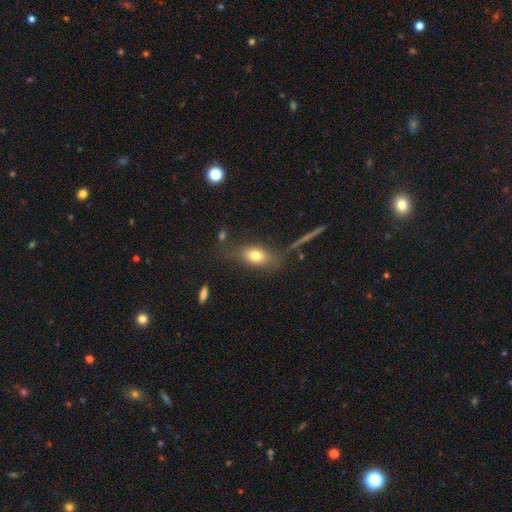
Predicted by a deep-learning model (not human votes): Q: Smooth or featured?
A: smooth (74%); runner-up: featured or disk (15%)
Q: How rounded?
A: in between (77%); runner-up: round (16%)
Q: Merging?
A: none (71%); runner-up: minor disturbance (17%)